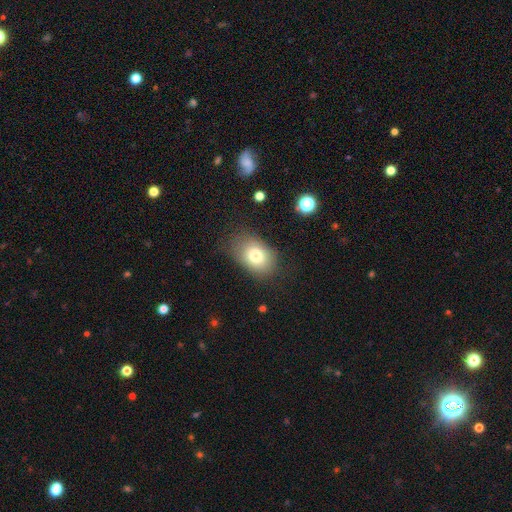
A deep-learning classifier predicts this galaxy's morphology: type=smooth (77%); roundness=in between (78%); merging=none (71%).